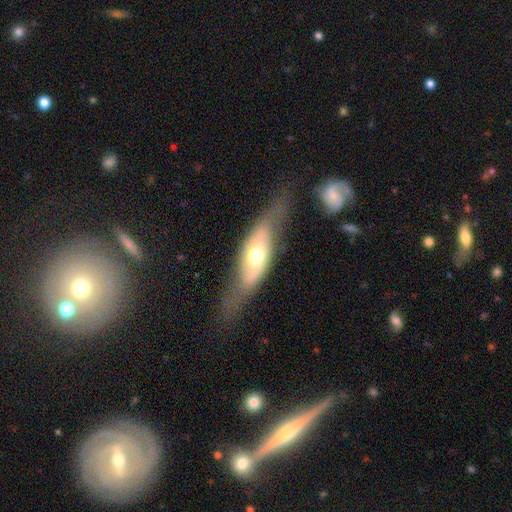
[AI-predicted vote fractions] smooth_or_featured: featured or disk (p=0.64) [alt: smooth p=0.30]
disk_edge_on: no (p=0.63) [alt: yes p=0.37]
merging: none (p=0.58) [alt: minor disturbance p=0.23]